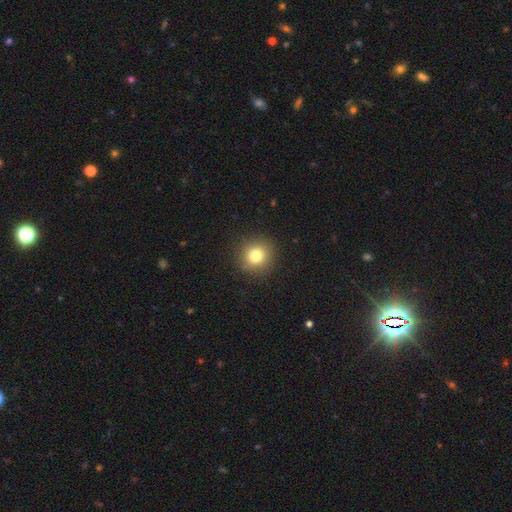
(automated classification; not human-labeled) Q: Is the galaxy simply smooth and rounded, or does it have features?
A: smooth — 79%.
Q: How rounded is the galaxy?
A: round — 90%.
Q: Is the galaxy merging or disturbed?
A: none — 90%.